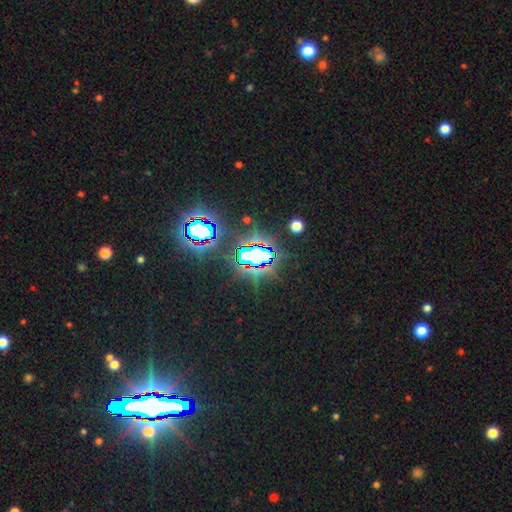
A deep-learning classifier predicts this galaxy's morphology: Q: Smooth or featured?
A: star or artifact (73%); runner-up: smooth (15%)